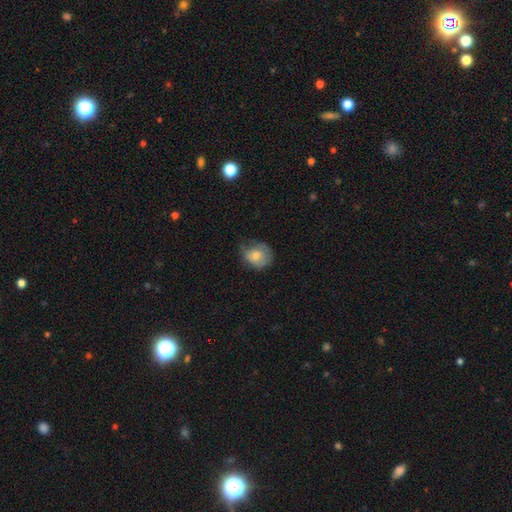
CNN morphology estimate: Smooth or featured?
  - smooth: 71% *
  - featured or disk: 20%
  - star or artifact: 9%
How rounded?
  - round: 64% *
  - in between: 35%
  - cigar-shaped: 1%
Merging?
  - none: 51% *
  - minor disturbance: 34%
  - major disturbance: 13%
  - merger: 2%